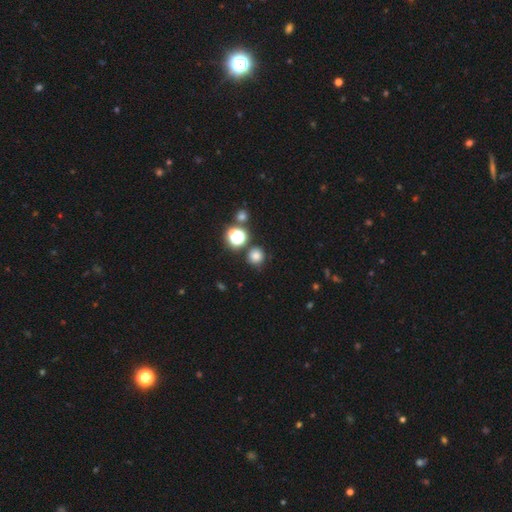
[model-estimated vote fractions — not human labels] Smooth or featured? Predicted: smooth (p=0.74). How rounded? Predicted: round (p=0.91). Merging? Predicted: none (p=0.81).